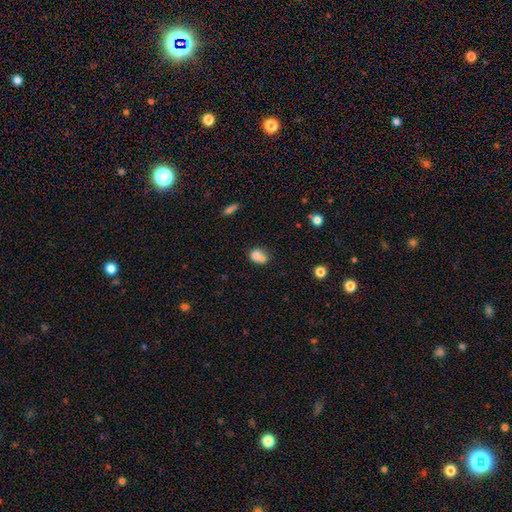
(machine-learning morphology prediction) smooth-or-featured: smooth: 75% | featured or disk: 14% | star or artifact: 11%
  how-rounded: in between: 50% | round: 49% | cigar-shaped: 1%
  merging: merger: 47% | none: 31% | minor disturbance: 14% | major disturbance: 7%